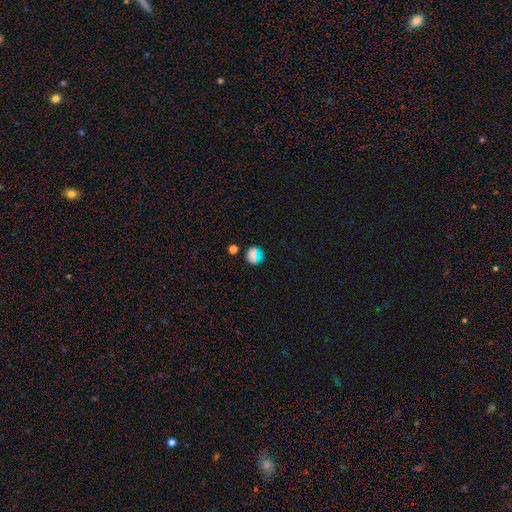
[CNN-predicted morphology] Smooth or featured: smooth — 67% (star or artifact — 24%)
How rounded: round — 90% (in between — 8%)
Merging: none — 85% (minor disturbance — 9%)